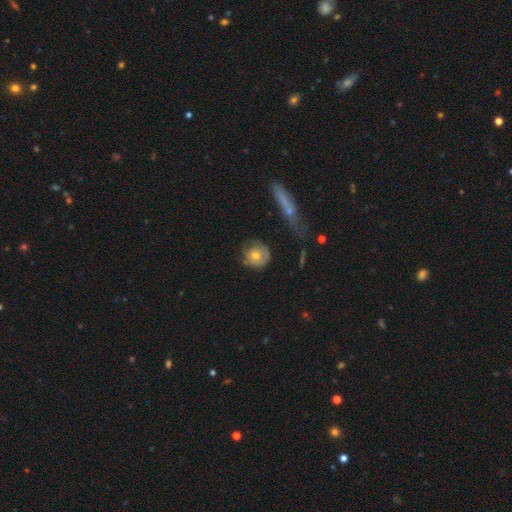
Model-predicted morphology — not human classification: type=smooth (56%); roundness=round (86%); merging=none (60%).